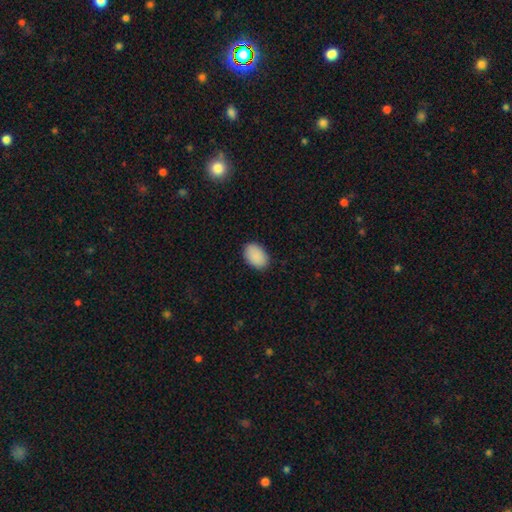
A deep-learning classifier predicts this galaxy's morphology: A smooth galaxy with no disk features (91%) that is in between round and cigar-shaped (89%).

Vote fractions:
- Smooth or featured? smooth: 91% / star or artifact: 6% / featured or disk: 3%
- How rounded? in between: 89% / round: 10% / cigar-shaped: 1%
- Merging? none: 87% / minor disturbance: 10% / major disturbance: 2% / merger: 1%